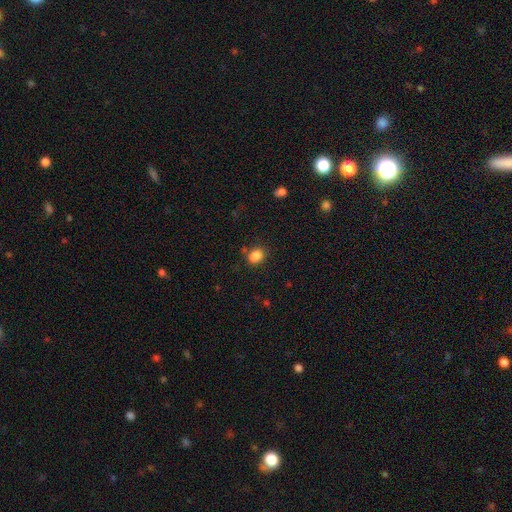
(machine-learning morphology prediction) type=smooth (85%); roundness=in between (63%); merging=none (71%).